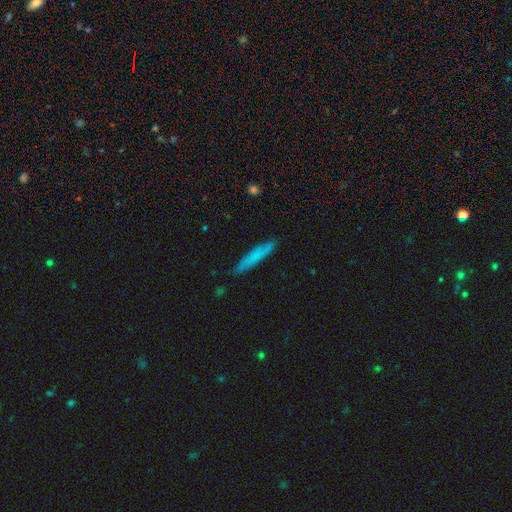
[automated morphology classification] A smooth galaxy with no disk features (69%) that is cigar-shaped (93%).

Vote fractions:
- Smooth or featured? smooth: 69% / featured or disk: 24% / star or artifact: 7%
- How rounded? cigar-shaped: 93% / in between: 6% / round: 1%
- Merging? none: 86% / minor disturbance: 11% / major disturbance: 2% / merger: 1%